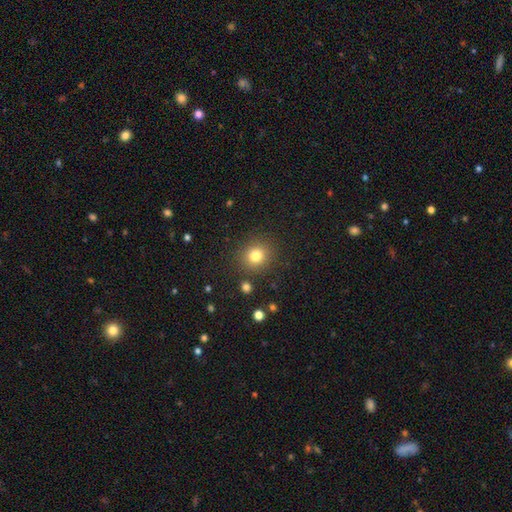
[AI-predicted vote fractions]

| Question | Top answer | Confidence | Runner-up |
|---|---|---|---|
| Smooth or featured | smooth | 80% | star or artifact (13%) |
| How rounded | round | 86% | in between (13%) |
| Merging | none | 87% | minor disturbance (7%) |